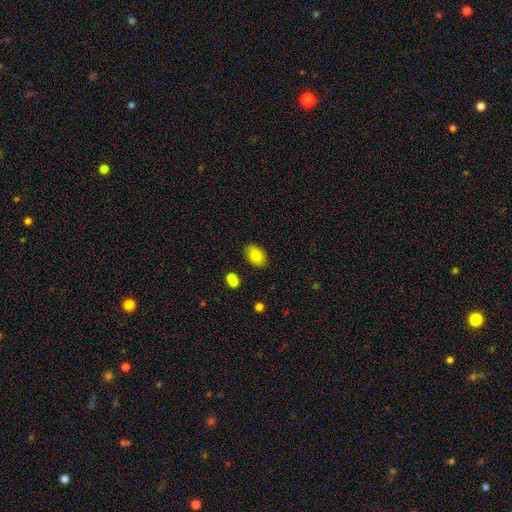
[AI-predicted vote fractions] This is clearly a smooth galaxy (85%). How rounded: clearly in between (86%). Merging: likely none (80%).